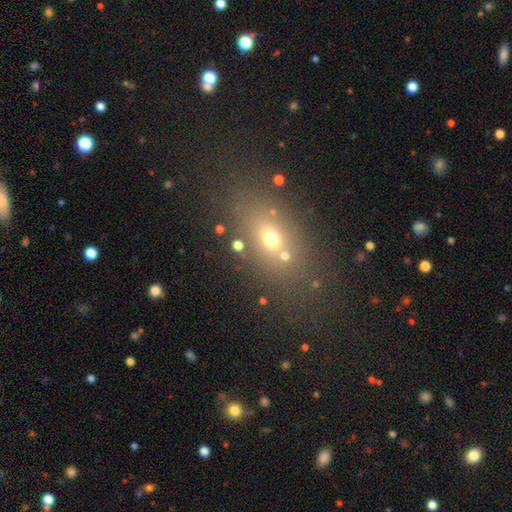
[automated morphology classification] A smooth galaxy with no disk features (57%) that is in between round and cigar-shaped (67%). Merging: none (71%).